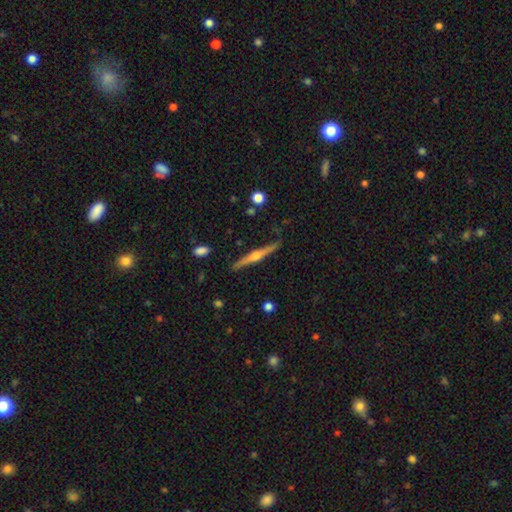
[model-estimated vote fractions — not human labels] featured or disk 77%, smooth 17%, star or artifact 6%. Down the decision tree: edge-on disk — yes (98%); edge-on bulge — rounded (93%); merging — none (88%).